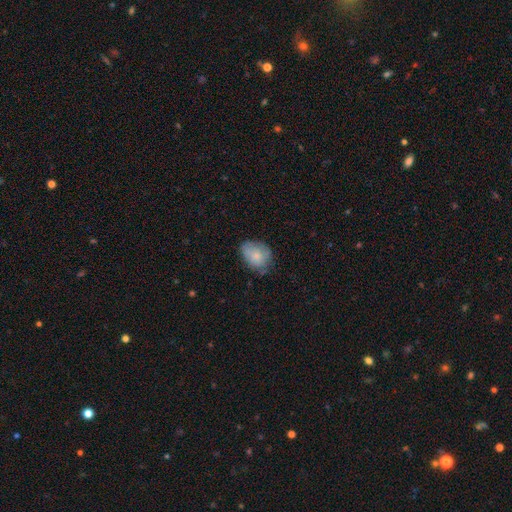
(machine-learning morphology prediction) Q: Smooth or featured?
A: smooth (75%); runner-up: featured or disk (17%)
Q: How rounded?
A: in between (67%); runner-up: round (32%)
Q: Merging?
A: none (56%); runner-up: minor disturbance (32%)